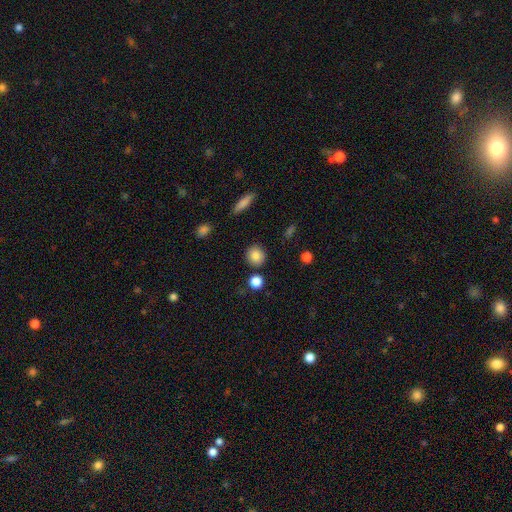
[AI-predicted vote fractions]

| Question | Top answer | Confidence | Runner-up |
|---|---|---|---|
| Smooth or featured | smooth | 86% | star or artifact (9%) |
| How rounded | round | 87% | in between (11%) |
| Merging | none | 86% | minor disturbance (7%) |